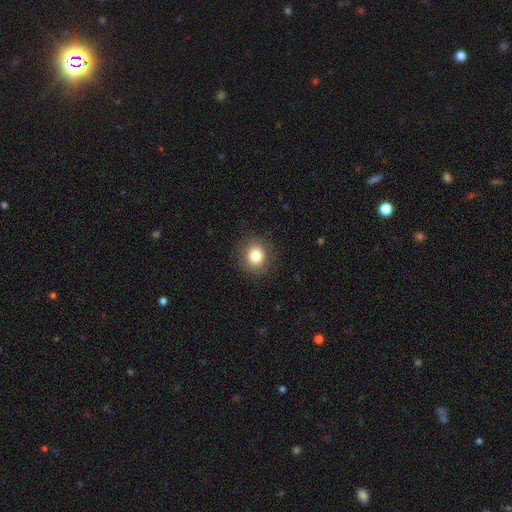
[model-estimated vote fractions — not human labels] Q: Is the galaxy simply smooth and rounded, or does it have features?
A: smooth — 82%.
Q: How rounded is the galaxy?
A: round — 82%.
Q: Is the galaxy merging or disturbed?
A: none — 89%.